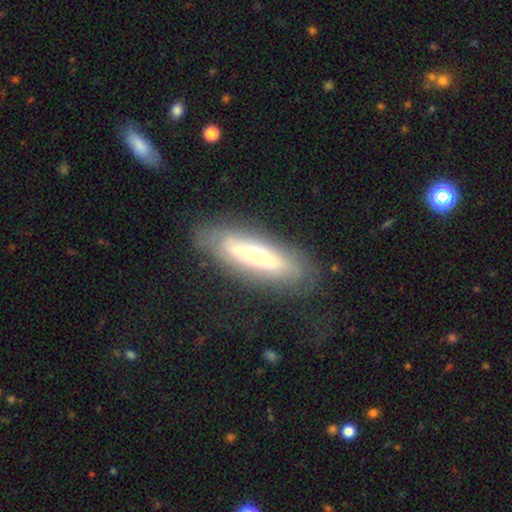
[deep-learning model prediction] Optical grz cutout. It shows a featured or disk galaxy (59%). Merging: none (73%).